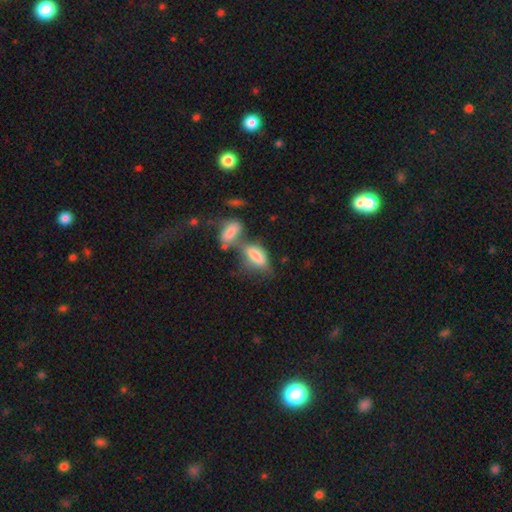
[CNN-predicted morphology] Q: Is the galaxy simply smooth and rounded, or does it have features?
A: smooth — 74%.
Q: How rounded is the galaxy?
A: in between — 77%.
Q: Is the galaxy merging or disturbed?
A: merger — 53%.